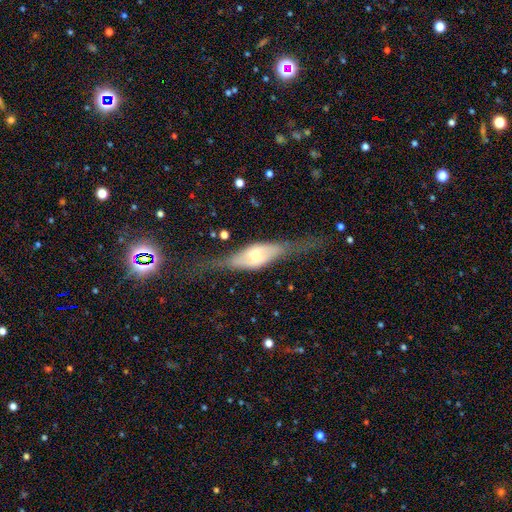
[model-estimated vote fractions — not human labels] smooth_or_featured: featured or disk (p=0.67) [alt: smooth p=0.26]
disk_edge_on: yes (p=0.70) [alt: no p=0.30]
merging: none (p=0.53) [alt: major disturbance p=0.22]